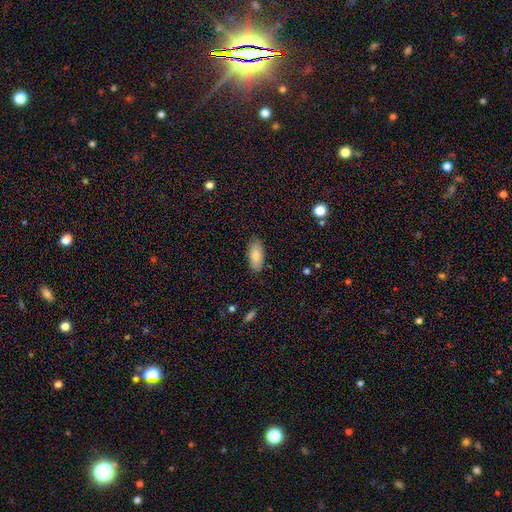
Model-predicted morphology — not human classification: This appears to be a smooth galaxy with no disk features (84%) that is in between round and cigar-shaped (89%). Merging: none (85%).